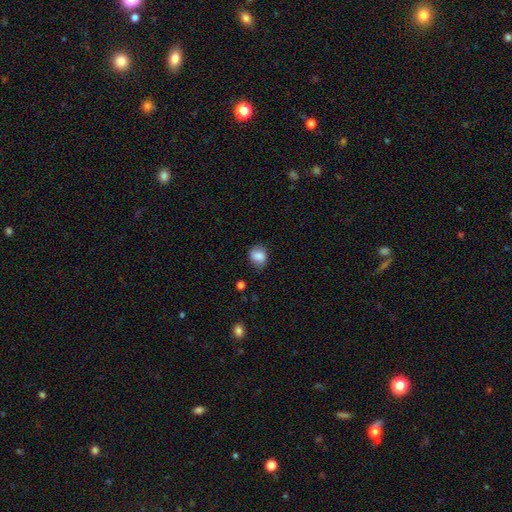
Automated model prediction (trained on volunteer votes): Smooth or featured? smooth (82%)
How rounded? round (53%)
Merging? none (75%)